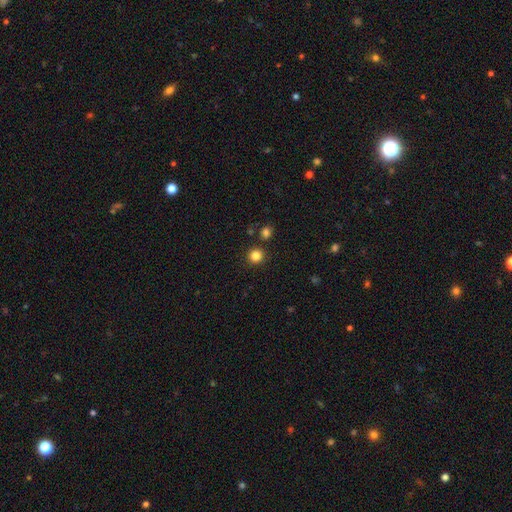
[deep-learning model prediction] smooth 84%, star or artifact 12%, featured or disk 4%. Down the decision tree: how rounded — round (93%); merging — none (89%).